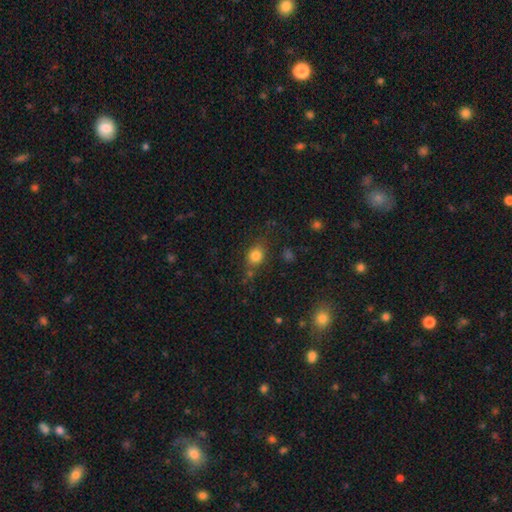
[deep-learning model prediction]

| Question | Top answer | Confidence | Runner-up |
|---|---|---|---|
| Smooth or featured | smooth | 81% | star or artifact (12%) |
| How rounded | round | 59% | in between (39%) |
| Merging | none | 69% | minor disturbance (19%) |